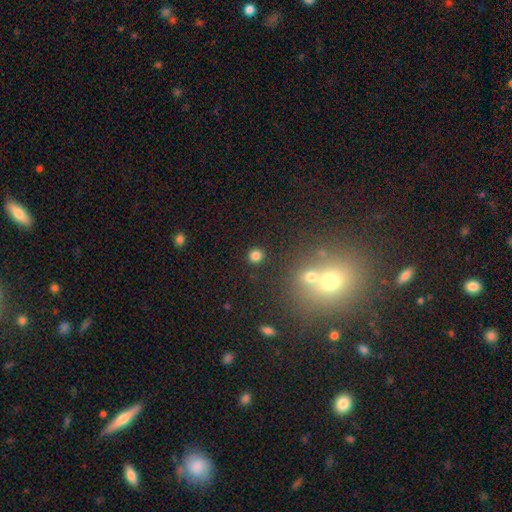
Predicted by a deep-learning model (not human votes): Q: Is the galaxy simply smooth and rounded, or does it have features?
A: smooth — 81%.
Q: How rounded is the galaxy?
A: round — 91%.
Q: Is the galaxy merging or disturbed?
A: none — 90%.